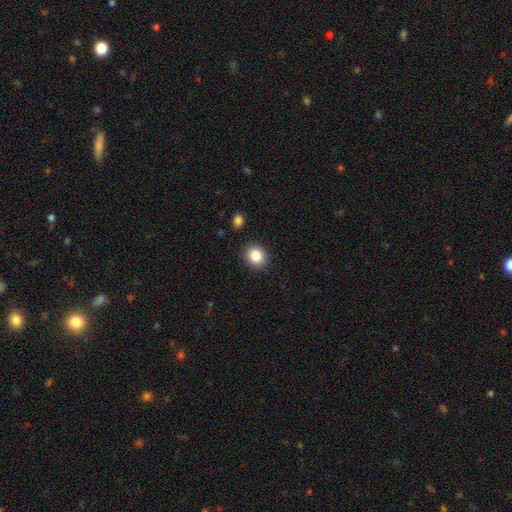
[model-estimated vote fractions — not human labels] This appears to be a smooth galaxy with no disk features (86%) that is round (79%). Merging: none (90%).